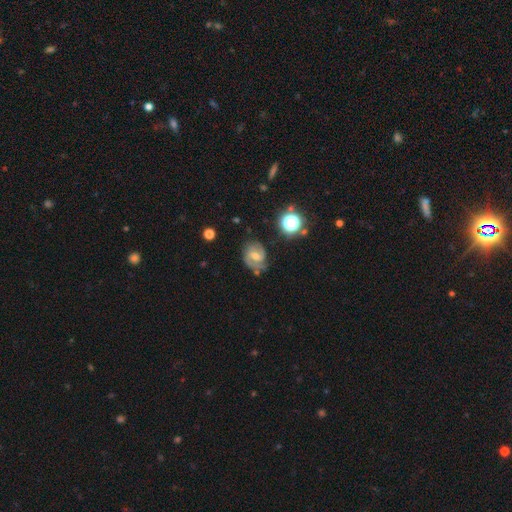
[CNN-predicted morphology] featured or disk 80%, smooth 11%, star or artifact 9%. Down the decision tree: edge-on disk — no (98%); bar — weak (56%); spiral arms — yes (96%); spiral arm count — 2 (81%); spiral winding — medium (49%); bulge size — moderate (54%); merging — none (71%).